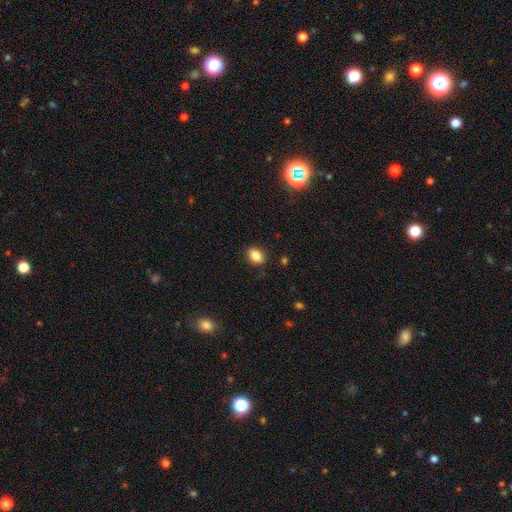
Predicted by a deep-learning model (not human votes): smooth_or_featured: smooth (p=0.85) [alt: star or artifact p=0.09]
how_rounded: in between (p=0.76) [alt: round p=0.22]
merging: none (p=0.85) [alt: minor disturbance p=0.11]